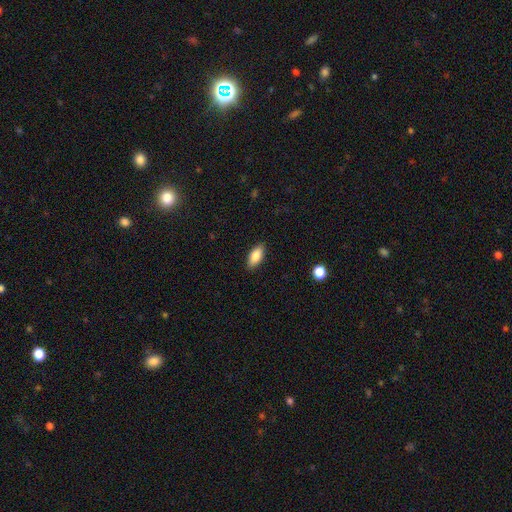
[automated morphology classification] smooth-or-featured: smooth: 83% | featured or disk: 10% | star or artifact: 7%
  how-rounded: in between: 87% | cigar-shaped: 10% | round: 3%
  merging: none: 89% | minor disturbance: 8% | major disturbance: 2% | merger: 1%